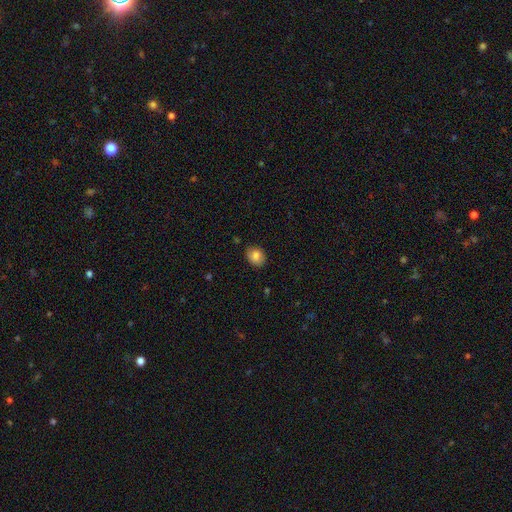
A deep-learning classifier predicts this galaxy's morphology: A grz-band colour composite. It shows a smooth galaxy with no disk features (82%) that is round (52%). Merging: none (85%).